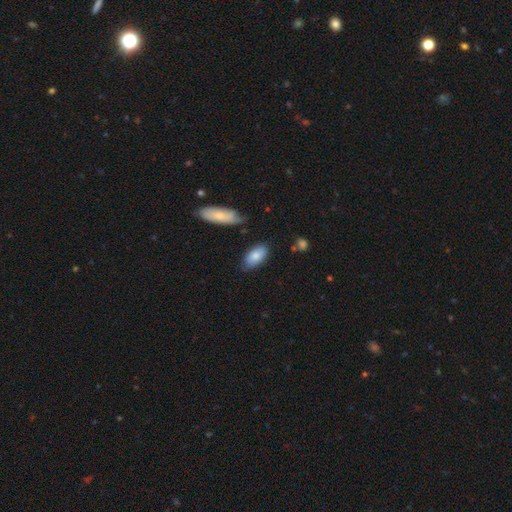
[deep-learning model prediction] This appears to be a smooth galaxy with no disk features (83%) that is in between round and cigar-shaped (92%). Merging: none (76%).